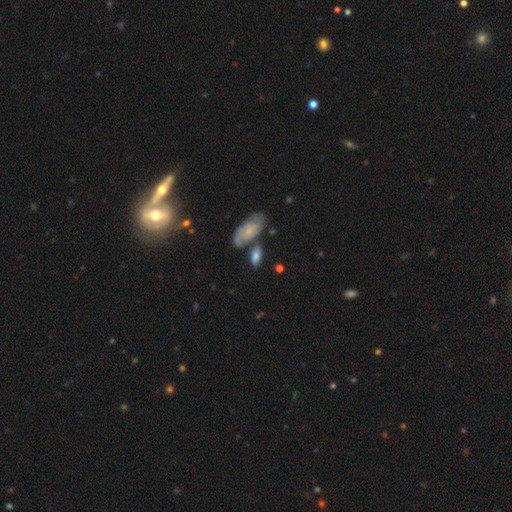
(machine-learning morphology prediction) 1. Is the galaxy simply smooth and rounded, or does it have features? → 67% smooth, 24% featured or disk, 9% star or artifact.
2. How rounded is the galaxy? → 81% in between, 12% cigar-shaped, 7% round.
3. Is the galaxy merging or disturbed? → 60% none, 18% merger, 17% minor disturbance, 6% major disturbance.